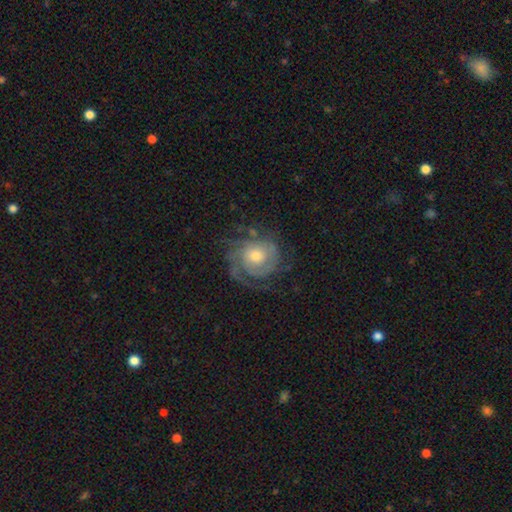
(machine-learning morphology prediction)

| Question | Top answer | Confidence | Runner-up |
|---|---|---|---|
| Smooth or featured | featured or disk | 82% | smooth (12%) |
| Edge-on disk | no | 98% | yes (2%) |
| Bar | no | 77% | weak (19%) |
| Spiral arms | yes | 94% | no (6%) |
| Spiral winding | tight | 65% | medium (26%) |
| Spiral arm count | can't tell | 33% | 3 (22%) |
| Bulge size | moderate | 65% | small (25%) |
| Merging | none | 67% | minor disturbance (18%) |